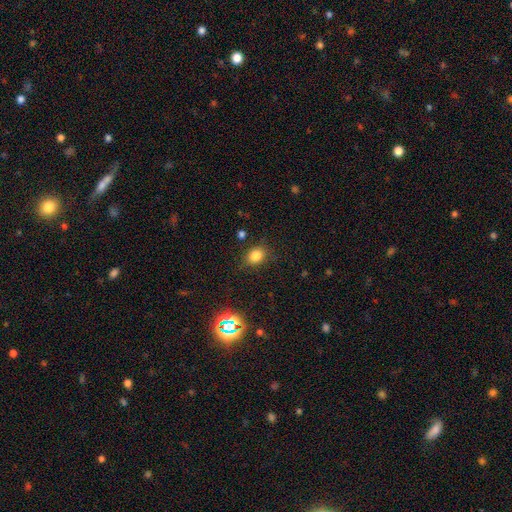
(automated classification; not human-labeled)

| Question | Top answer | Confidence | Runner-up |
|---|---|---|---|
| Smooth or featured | smooth | 80% | star or artifact (14%) |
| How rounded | in between | 51% | round (48%) |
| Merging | none | 82% | minor disturbance (13%) |